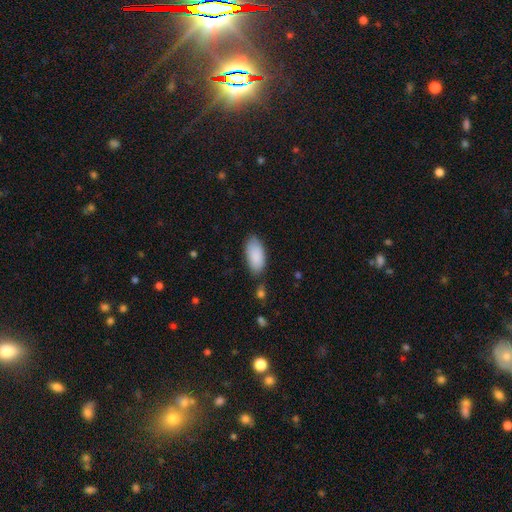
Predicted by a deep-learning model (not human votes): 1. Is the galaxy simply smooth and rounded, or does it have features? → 89% smooth, 6% star or artifact, 5% featured or disk.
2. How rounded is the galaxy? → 93% in between, 5% cigar-shaped, 2% round.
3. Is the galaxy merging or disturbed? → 74% none, 19% minor disturbance, 4% major disturbance, 3% merger.